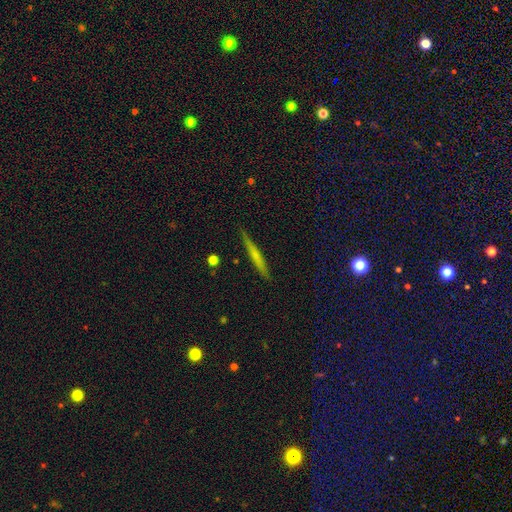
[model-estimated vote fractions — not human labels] A smooth galaxy with no disk features (50%). Merging: none (88%).